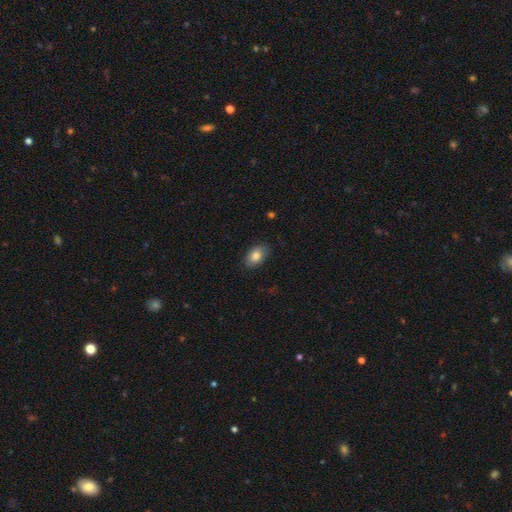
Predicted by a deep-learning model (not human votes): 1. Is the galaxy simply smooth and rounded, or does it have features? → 81% smooth, 12% featured or disk, 7% star or artifact.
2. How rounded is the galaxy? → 90% in between, 8% round, 1% cigar-shaped.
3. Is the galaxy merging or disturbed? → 82% none, 14% minor disturbance, 3% major disturbance, 1% merger.